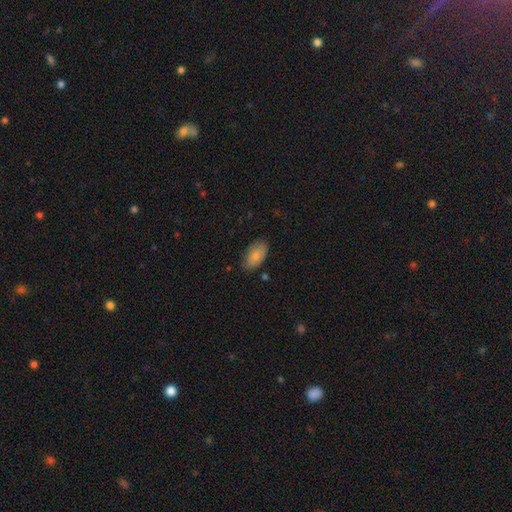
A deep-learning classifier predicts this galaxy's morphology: smooth 84%, featured or disk 10%, star or artifact 6%. Down the decision tree: how rounded — in between (94%); merging — none (78%).